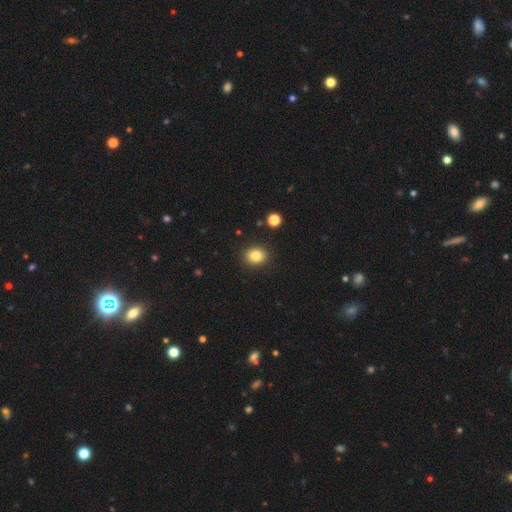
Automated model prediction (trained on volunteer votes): Smooth or featured? smooth (83%)
How rounded? round (68%)
Merging? none (90%)